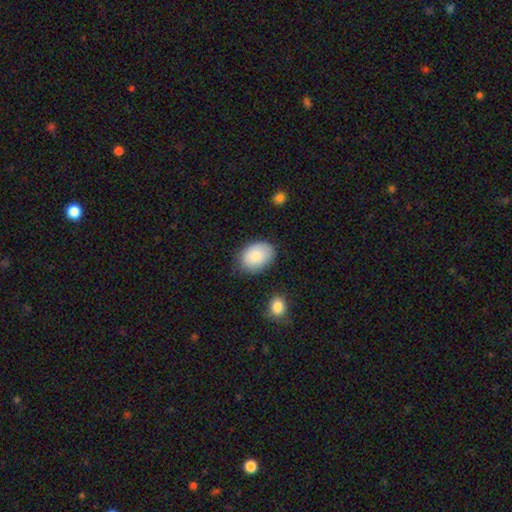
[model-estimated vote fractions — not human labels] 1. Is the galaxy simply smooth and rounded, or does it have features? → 85% smooth, 8% featured or disk, 6% star or artifact.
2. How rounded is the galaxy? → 79% in between, 20% round, 1% cigar-shaped.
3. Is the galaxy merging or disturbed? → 77% none, 17% minor disturbance, 4% major disturbance, 3% merger.